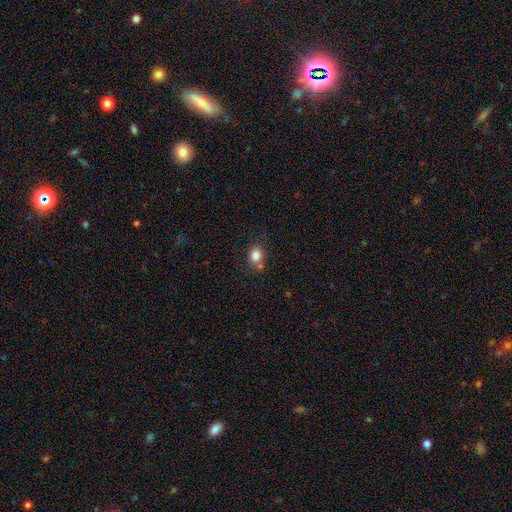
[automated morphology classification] Q: Smooth or featured?
A: smooth (83%); runner-up: star or artifact (10%)
Q: How rounded?
A: round (59%); runner-up: in between (40%)
Q: Merging?
A: none (68%); runner-up: minor disturbance (15%)